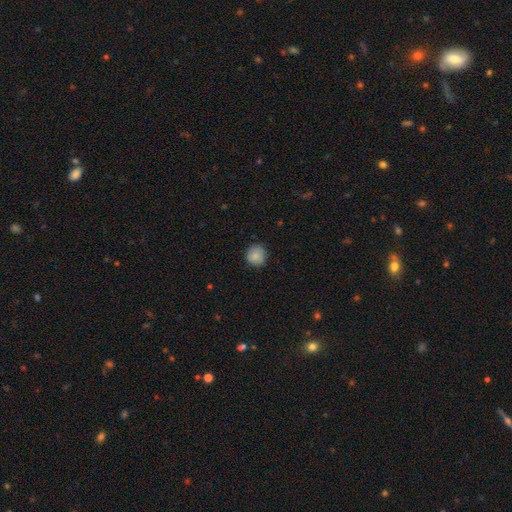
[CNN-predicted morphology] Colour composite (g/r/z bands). It shows a smooth galaxy with no disk features (84%) that is round (92%). Merging: none (84%).